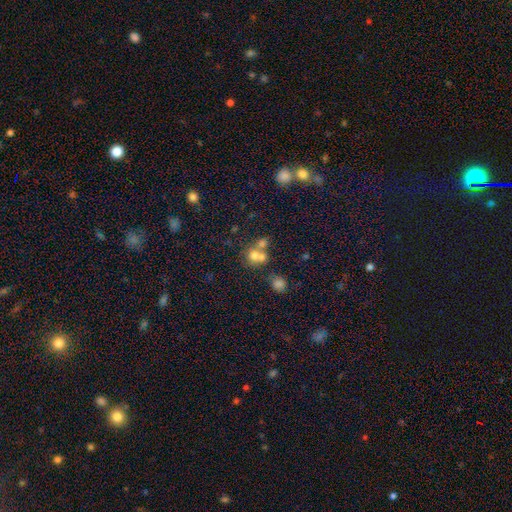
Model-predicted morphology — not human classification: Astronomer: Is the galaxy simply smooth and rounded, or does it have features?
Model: smooth — 68%.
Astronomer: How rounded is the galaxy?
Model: round — 73%.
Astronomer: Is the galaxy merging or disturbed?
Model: merger — 58%.